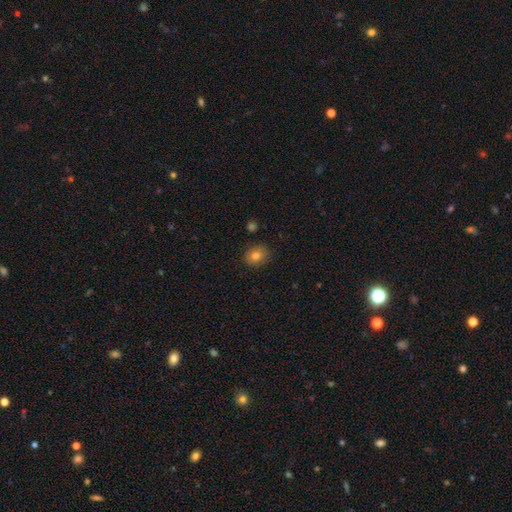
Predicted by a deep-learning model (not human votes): A smooth galaxy with no disk features (80%) that is round (59%). Merging: none (87%).